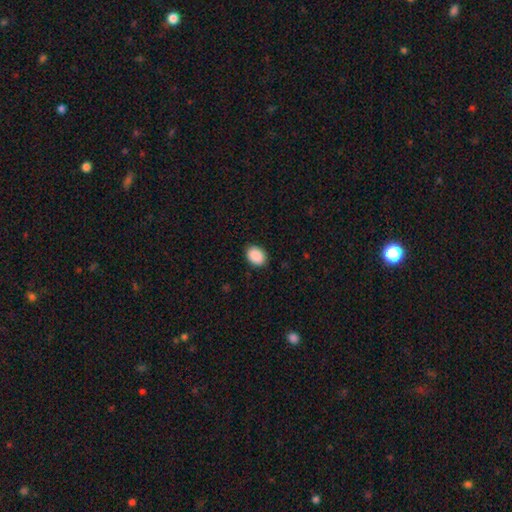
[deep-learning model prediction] Smooth or featured?
  - smooth: 90% *
  - star or artifact: 7%
  - featured or disk: 3%
How rounded?
  - in between: 72% *
  - round: 27%
  - cigar-shaped: 1%
Merging?
  - none: 89% *
  - minor disturbance: 8%
  - major disturbance: 2%
  - merger: 1%